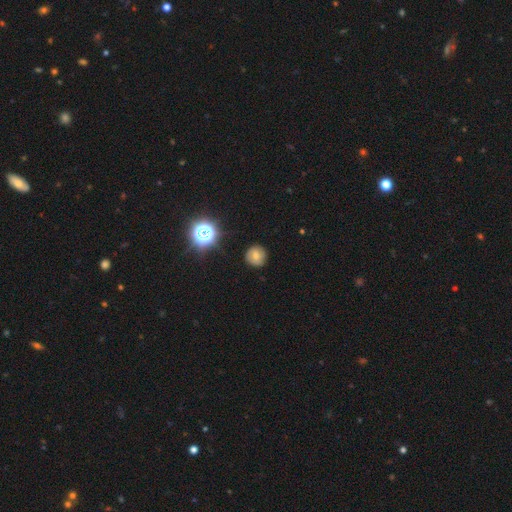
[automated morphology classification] Q: Smooth or featured?
A: smooth (65%); runner-up: featured or disk (19%)
Q: How rounded?
A: round (92%); runner-up: in between (7%)
Q: Merging?
A: none (87%); runner-up: minor disturbance (9%)